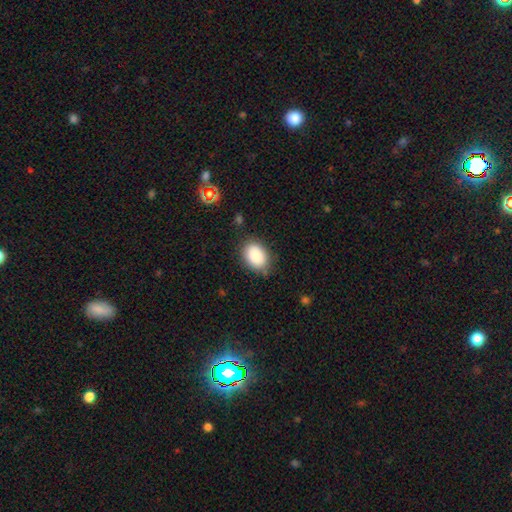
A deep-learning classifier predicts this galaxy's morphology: A smooth galaxy with no disk features (87%) that is in between round and cigar-shaped (78%).

Vote fractions:
- Smooth or featured? smooth: 87% / star or artifact: 8% / featured or disk: 5%
- How rounded? in between: 78% / round: 21% / cigar-shaped: 1%
- Merging? none: 80% / minor disturbance: 15% / major disturbance: 4% / merger: 2%